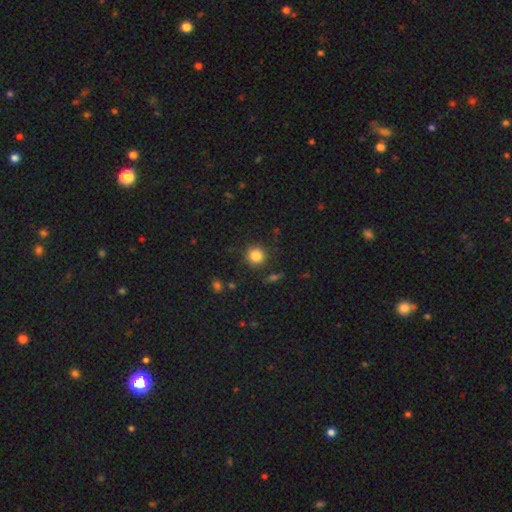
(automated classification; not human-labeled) Smooth or featured?
  - smooth: 83% *
  - star or artifact: 12%
  - featured or disk: 5%
How rounded?
  - round: 93% *
  - in between: 6%
  - cigar-shaped: 1%
Merging?
  - none: 88% *
  - minor disturbance: 7%
  - major disturbance: 3%
  - merger: 2%